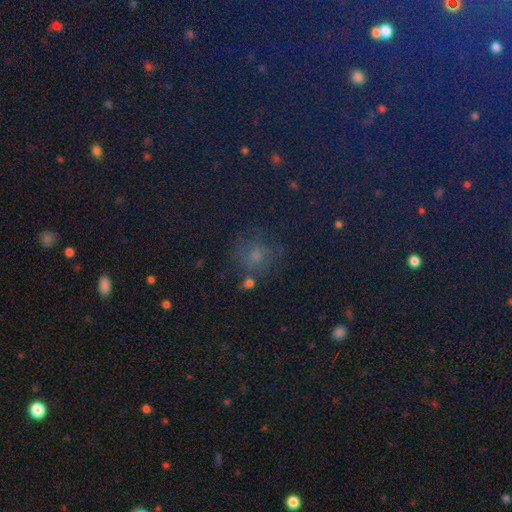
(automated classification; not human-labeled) A smooth galaxy with no disk features (42%). Merging: none (70%).